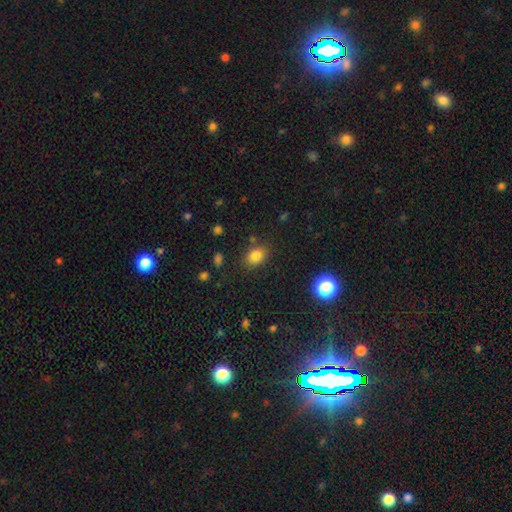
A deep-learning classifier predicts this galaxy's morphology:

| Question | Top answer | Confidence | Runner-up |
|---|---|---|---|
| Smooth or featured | smooth | 81% | star or artifact (13%) |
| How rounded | in between | 64% | round (35%) |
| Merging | none | 80% | minor disturbance (12%) |